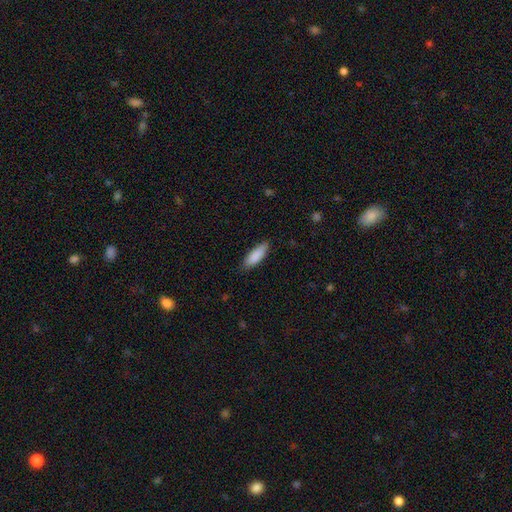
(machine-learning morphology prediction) This appears to be a smooth galaxy with no disk features (88%) that is in between round and cigar-shaped (57%). Merging: none (82%).